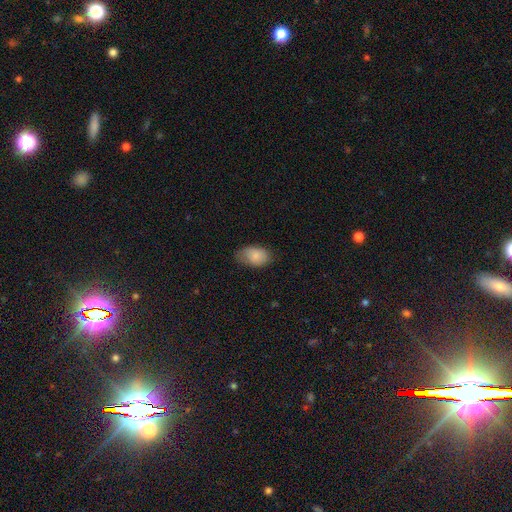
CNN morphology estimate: Q: Smooth or featured?
A: smooth (83%); runner-up: featured or disk (10%)
Q: How rounded?
A: in between (89%); runner-up: round (9%)
Q: Merging?
A: none (63%); runner-up: minor disturbance (29%)